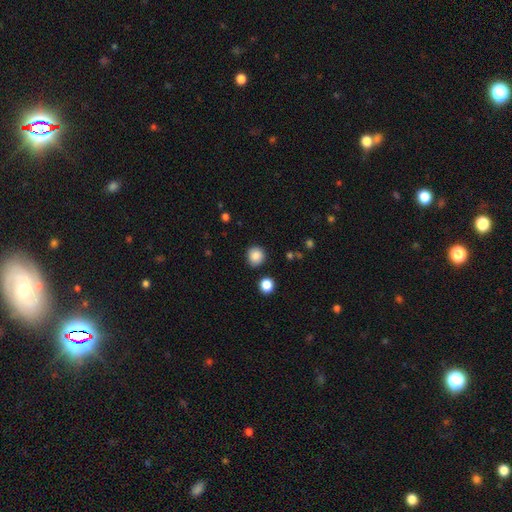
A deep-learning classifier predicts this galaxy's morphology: Smooth or featured? smooth (87%)
How rounded? round (90%)
Merging? none (87%)